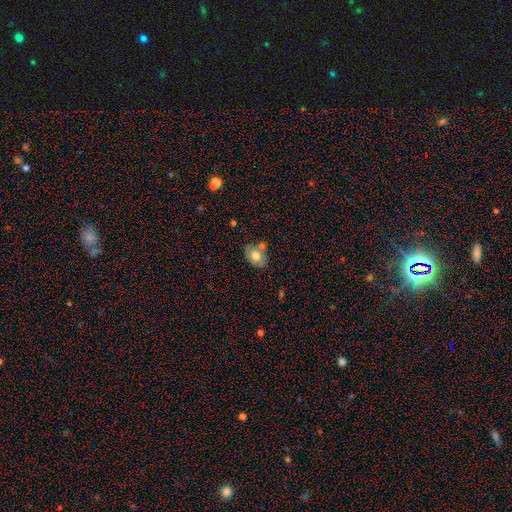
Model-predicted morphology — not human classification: smooth_or_featured: smooth (p=0.65) [alt: featured or disk p=0.27]
how_rounded: in between (p=0.73) [alt: round p=0.26]
merging: none (p=0.47) [alt: merger p=0.25]